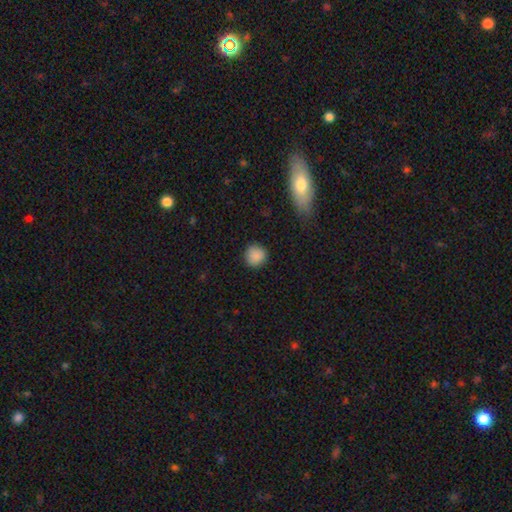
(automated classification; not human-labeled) Morphology: type=smooth (88%); roundness=round (92%); merging=none (88%).